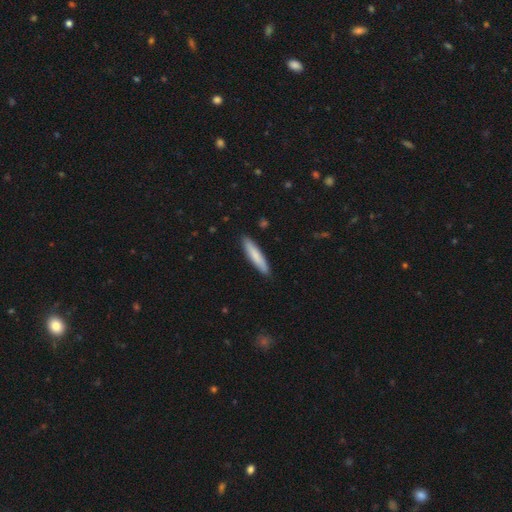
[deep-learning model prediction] smooth_or_featured: smooth (p=0.79) [alt: featured or disk p=0.15]
how_rounded: cigar-shaped (p=0.87) [alt: in between p=0.12]
merging: none (p=0.89) [alt: minor disturbance p=0.08]